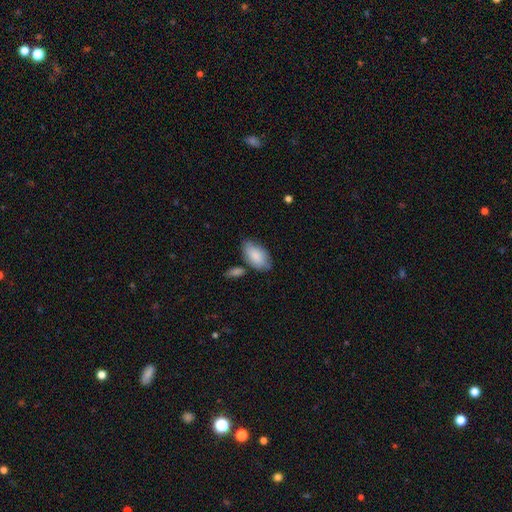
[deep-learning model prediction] smooth-or-featured: smooth: 86% | featured or disk: 9% | star or artifact: 5%
  how-rounded: in between: 95% | round: 3% | cigar-shaped: 2%
  merging: none: 67% | minor disturbance: 19% | merger: 10% | major disturbance: 4%